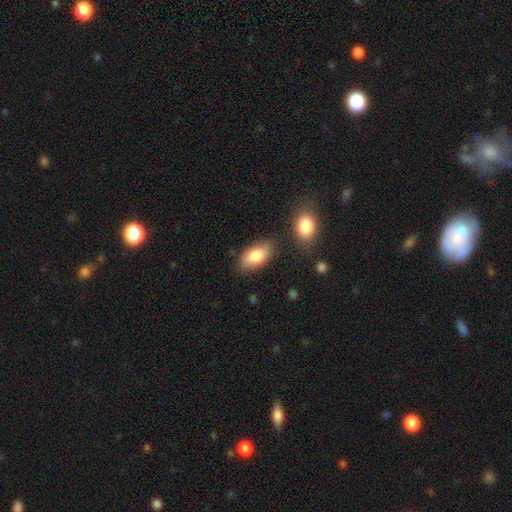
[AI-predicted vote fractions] Smooth or featured? smooth (84%)
How rounded? in between (93%)
Merging? none (79%)